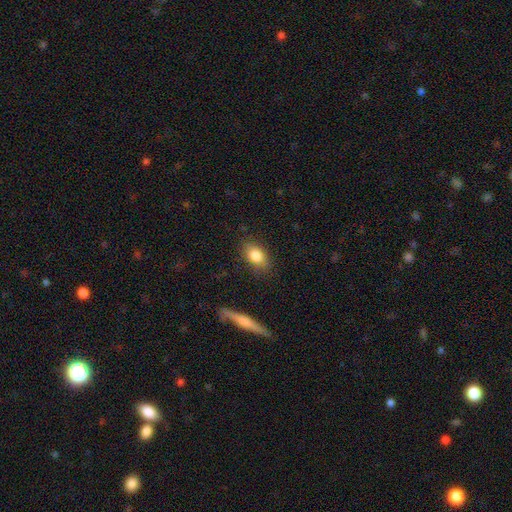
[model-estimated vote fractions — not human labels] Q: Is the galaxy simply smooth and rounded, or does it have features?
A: smooth — 82%.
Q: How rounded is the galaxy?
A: in between — 80%.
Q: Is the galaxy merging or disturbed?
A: none — 80%.